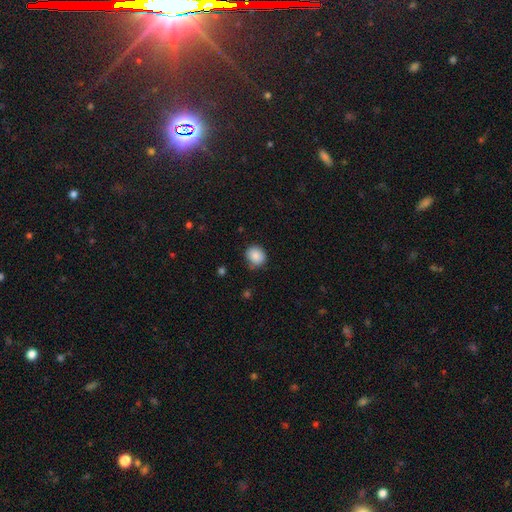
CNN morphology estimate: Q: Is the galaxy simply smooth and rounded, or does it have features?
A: smooth — 88%.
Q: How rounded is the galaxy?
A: round — 74%.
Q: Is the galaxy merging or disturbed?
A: none — 80%.